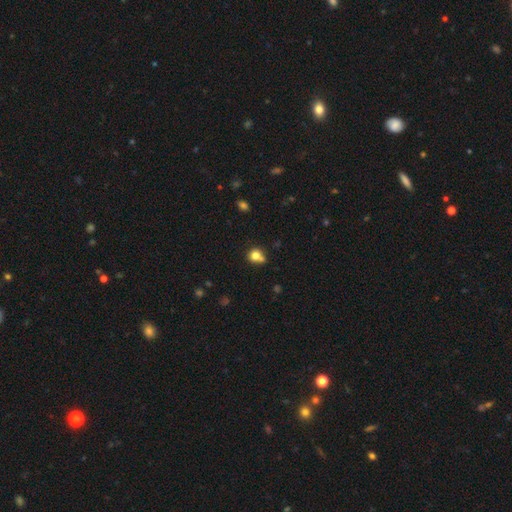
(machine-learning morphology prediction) This appears to be a smooth galaxy with no disk features (78%) that is round (80%). Merging: none (50%).